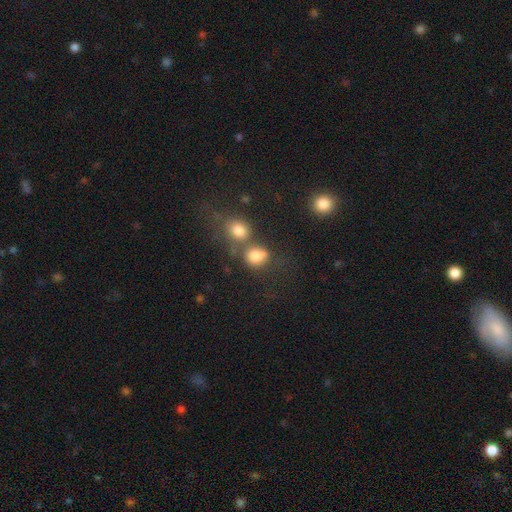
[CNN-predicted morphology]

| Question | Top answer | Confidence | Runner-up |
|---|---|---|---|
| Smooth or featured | smooth | 78% | star or artifact (13%) |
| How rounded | round | 66% | in between (33%) |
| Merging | none | 41% | merger (40%) |